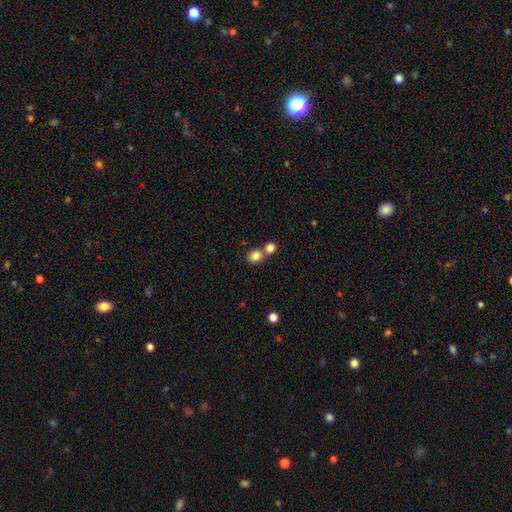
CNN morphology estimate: A smooth galaxy with no disk features (83%) that is round (84%). Merging: none (54%).